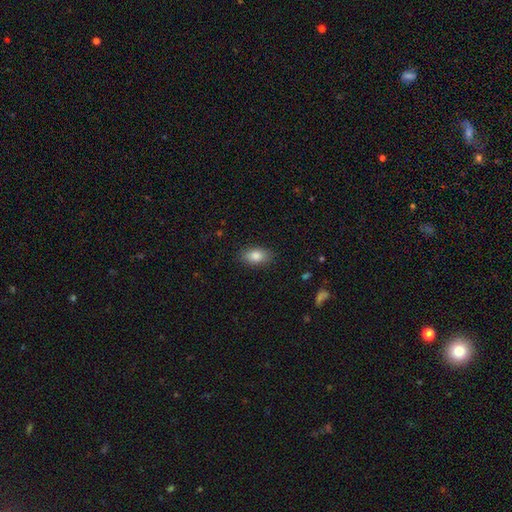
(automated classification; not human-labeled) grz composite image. It shows a smooth galaxy with no disk features (85%) that is in between round and cigar-shaped (87%). Merging: none (86%).